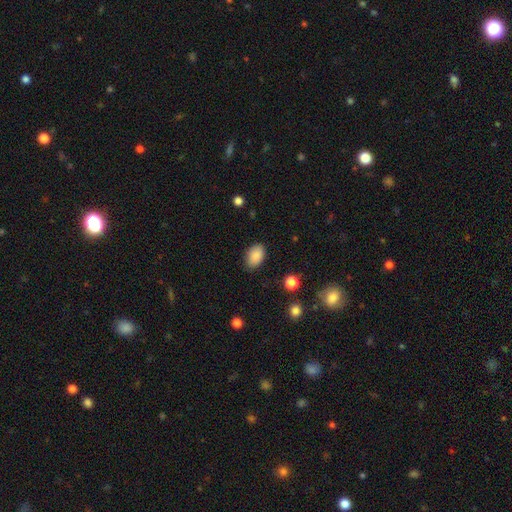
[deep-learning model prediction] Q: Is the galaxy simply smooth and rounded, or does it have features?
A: smooth — 88%.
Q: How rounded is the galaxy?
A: in between — 91%.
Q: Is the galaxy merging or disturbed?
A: none — 85%.